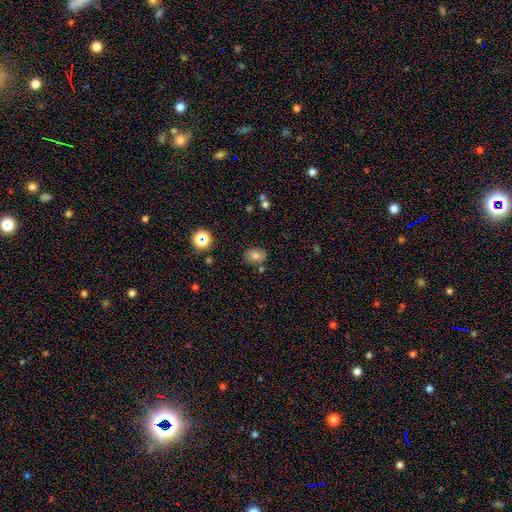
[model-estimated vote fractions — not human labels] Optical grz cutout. It shows a smooth galaxy with no disk features (73%) that is in between round and cigar-shaped (59%). Merging: none (78%).